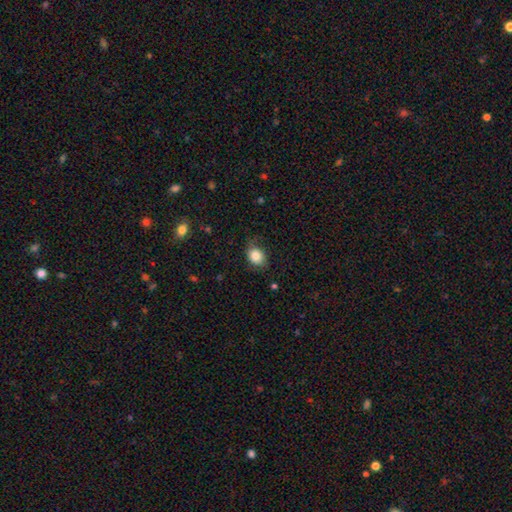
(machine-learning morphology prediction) This appears to be a smooth galaxy with no disk features (84%) that is in between round and cigar-shaped (54%). Merging: none (68%).